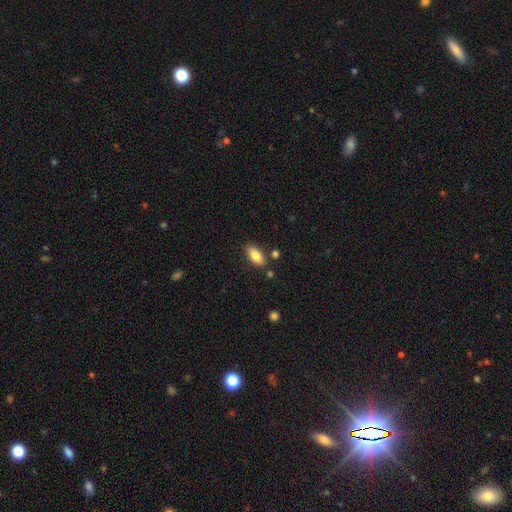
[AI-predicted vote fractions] Smooth or featured? Predicted: smooth (p=0.81). How rounded? Predicted: in between (p=0.90). Merging? Predicted: none (p=0.82).